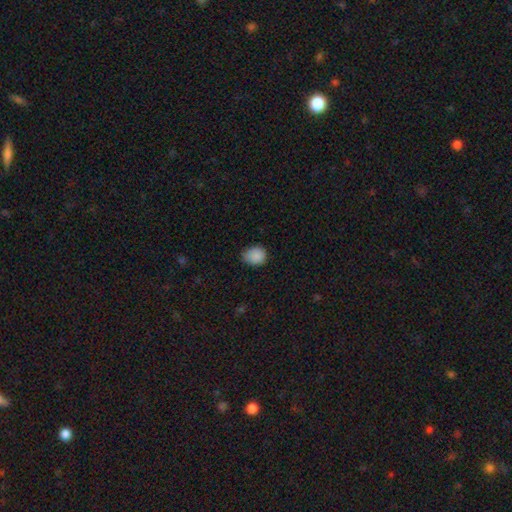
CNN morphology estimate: type=smooth (87%); roundness=round (52%); merging=none (67%).